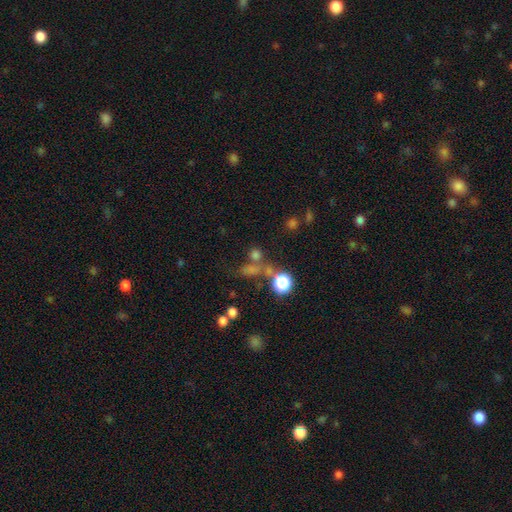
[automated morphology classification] This appears to be a smooth galaxy with no disk features (62%) that is round (73%). Merging: none (54%).